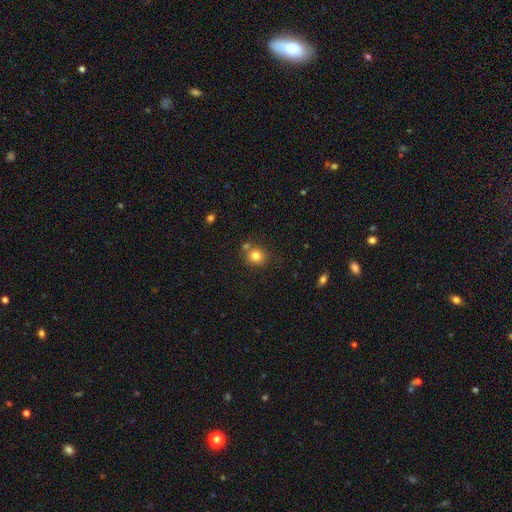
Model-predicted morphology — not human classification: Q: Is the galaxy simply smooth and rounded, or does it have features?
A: smooth — 81%.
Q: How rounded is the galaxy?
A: round — 85%.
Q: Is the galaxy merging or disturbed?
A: none — 70%.